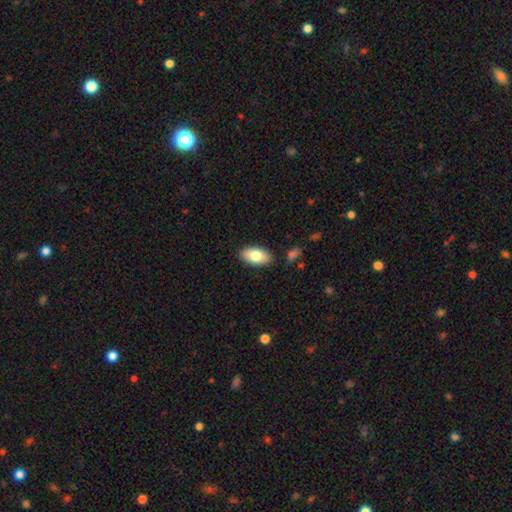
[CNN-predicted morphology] A smooth galaxy with no disk features (78%) that is in between round and cigar-shaped (93%).

Vote fractions:
- Smooth or featured? smooth: 78% / featured or disk: 15% / star or artifact: 6%
- How rounded? in between: 93% / round: 4% / cigar-shaped: 3%
- Merging? none: 87% / minor disturbance: 9% / major disturbance: 2% / merger: 2%